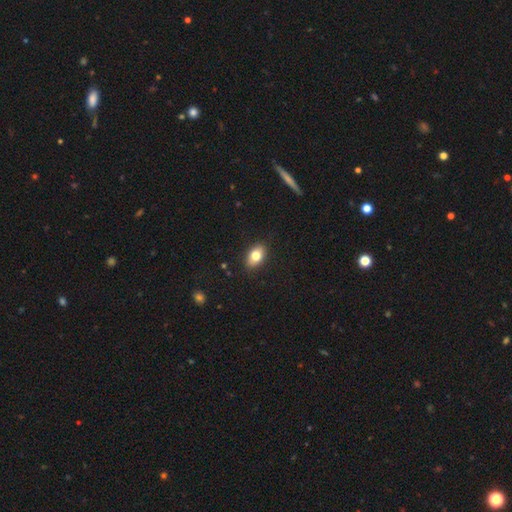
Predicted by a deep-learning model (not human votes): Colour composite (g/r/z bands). It shows a smooth galaxy with no disk features (77%) that is in between round and cigar-shaped (86%). Merging: none (87%).